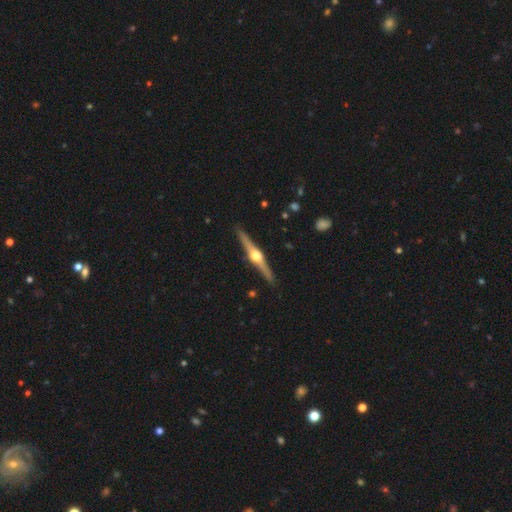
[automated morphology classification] This appears to be a featured or disk galaxy (86%) viewed edge-on (98%) with a rounded central bulge (96%). Merging: none (92%).